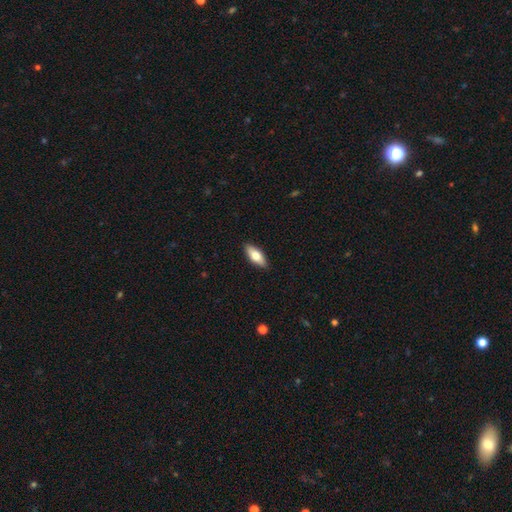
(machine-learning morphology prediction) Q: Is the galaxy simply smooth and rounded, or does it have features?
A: smooth — 69%.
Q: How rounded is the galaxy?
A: in between — 77%.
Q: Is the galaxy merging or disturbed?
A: none — 90%.